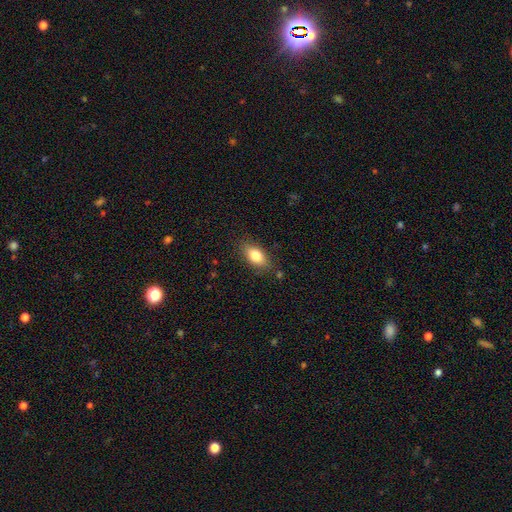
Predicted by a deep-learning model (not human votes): Smooth or featured: smooth — 80% (featured or disk — 12%)
How rounded: in between — 87% (round — 7%)
Merging: none — 82% (minor disturbance — 13%)